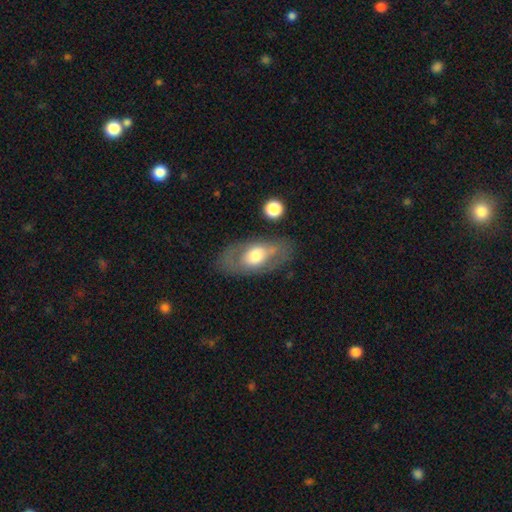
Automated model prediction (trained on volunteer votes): Morphology: type=featured or disk (47%); merging=none (72%).